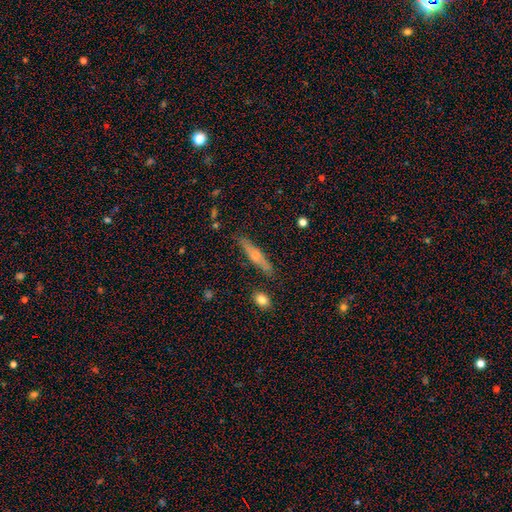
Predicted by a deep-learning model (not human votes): Smooth or featured? featured or disk (46%, tied with smooth)
Merging? none (84%)